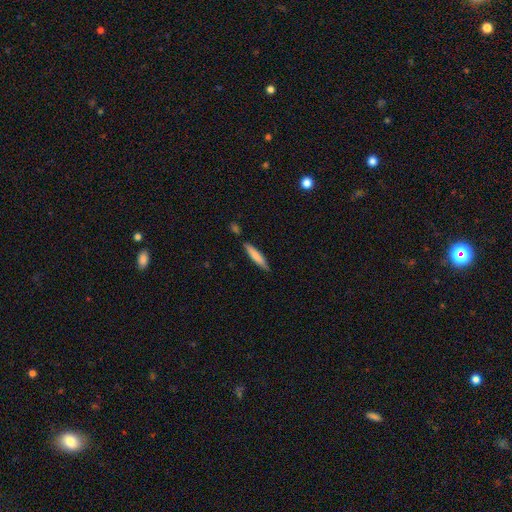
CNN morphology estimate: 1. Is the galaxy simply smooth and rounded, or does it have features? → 76% smooth, 19% featured or disk, 5% star or artifact.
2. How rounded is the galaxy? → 88% cigar-shaped, 11% in between, 1% round.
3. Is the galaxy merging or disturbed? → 81% none, 12% minor disturbance, 4% merger, 2% major disturbance.